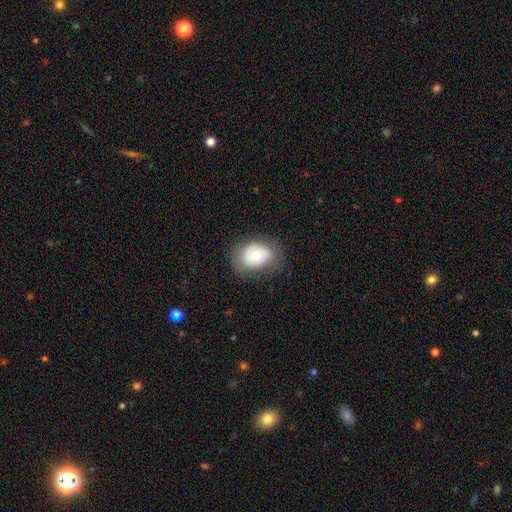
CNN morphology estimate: smooth 69%, featured or disk 23%, star or artifact 8%. Down the decision tree: how rounded — in between (64%); merging — none (69%).